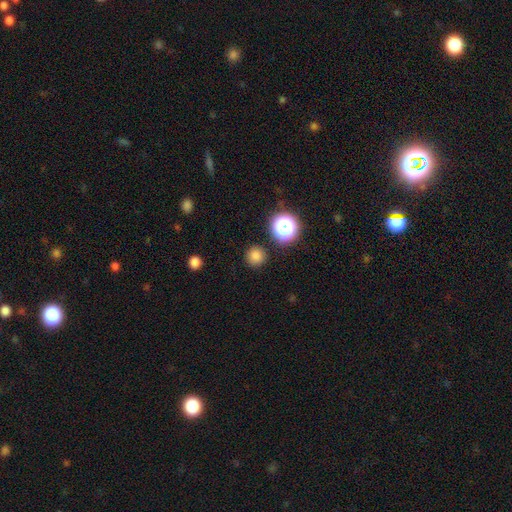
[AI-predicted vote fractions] Smooth or featured? Predicted: smooth (p=0.79). How rounded? Predicted: round (p=0.95). Merging? Predicted: none (p=0.89).